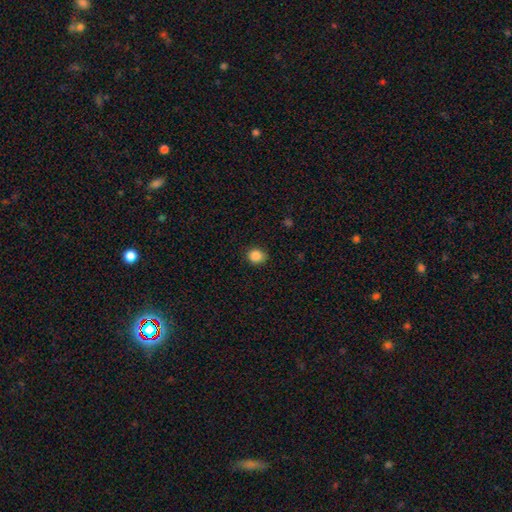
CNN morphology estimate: Smooth or featured: smooth — 86% (star or artifact — 10%)
How rounded: round — 75% (in between — 24%)
Merging: none — 88% (minor disturbance — 9%)